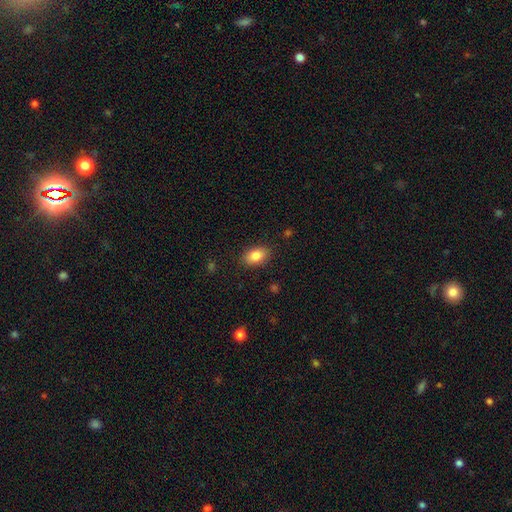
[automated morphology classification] The model was most divided on "smooth or featured": smooth: 84%, star or artifact: 8%, featured or disk: 8%. More confident: how rounded — in between (88%); merging — none (87%).